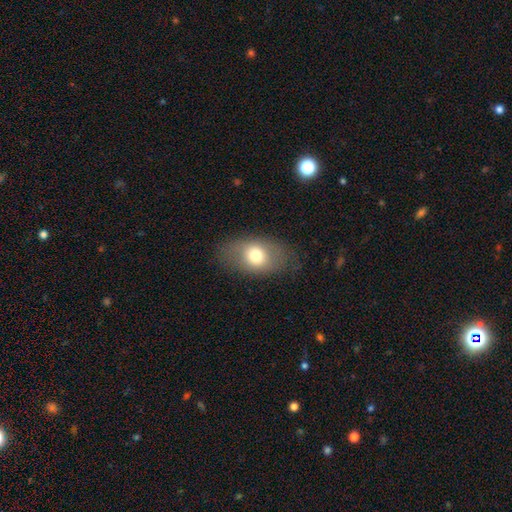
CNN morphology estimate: Smooth or featured?
  - smooth: 70% *
  - featured or disk: 21%
  - star or artifact: 9%
How rounded?
  - in between: 82% *
  - round: 17%
  - cigar-shaped: 2%
Merging?
  - none: 78% *
  - minor disturbance: 14%
  - major disturbance: 7%
  - merger: 1%